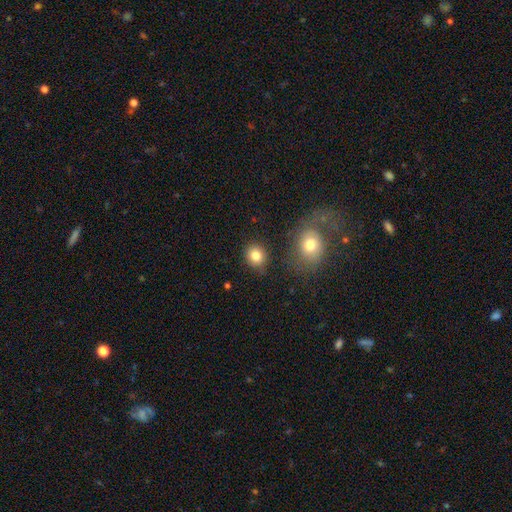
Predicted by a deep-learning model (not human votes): Q: Smooth or featured?
A: smooth (83%); runner-up: star or artifact (10%)
Q: How rounded?
A: round (72%); runner-up: in between (27%)
Q: Merging?
A: none (81%); runner-up: minor disturbance (11%)